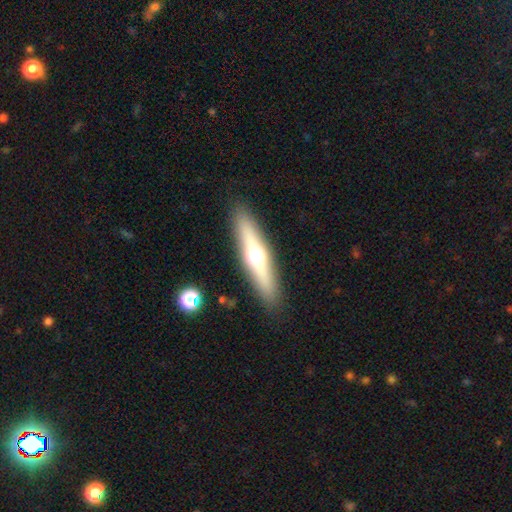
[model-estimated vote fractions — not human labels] This is possibly a featured or disk galaxy (49%). Merging: clearly none (89%).